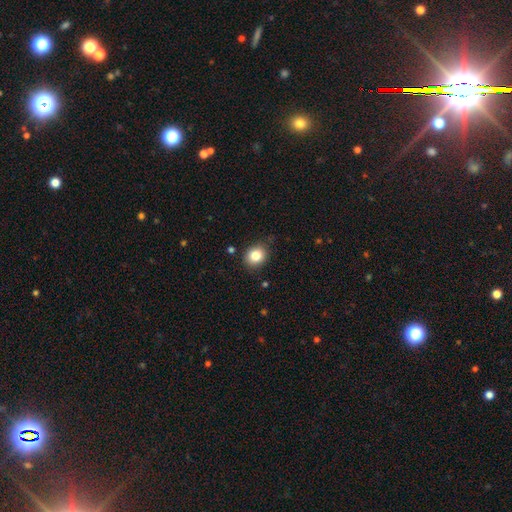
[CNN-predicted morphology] This appears to be a smooth galaxy with no disk features (83%) that is round (67%). Merging: none (85%).